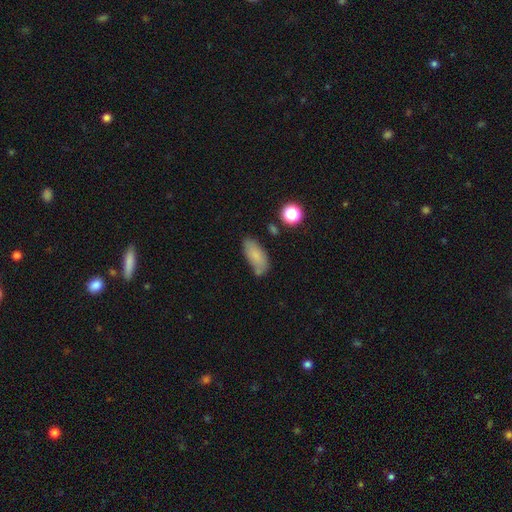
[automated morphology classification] Overall: smooth (79%). How rounded: in between (85%). Merging: none (62%; minor disturbance 23%).